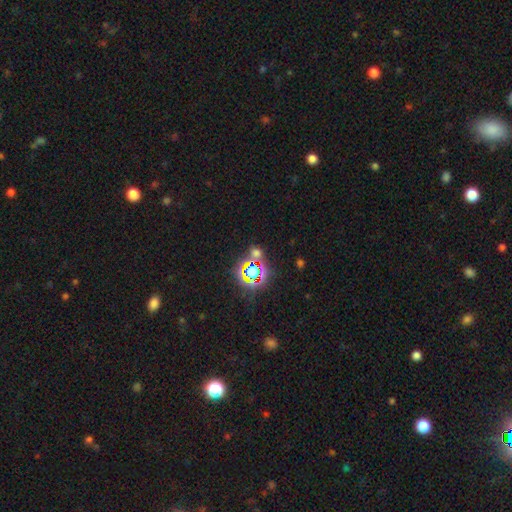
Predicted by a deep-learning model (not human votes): Q: Smooth or featured?
A: star or artifact (73%); runner-up: smooth (18%)